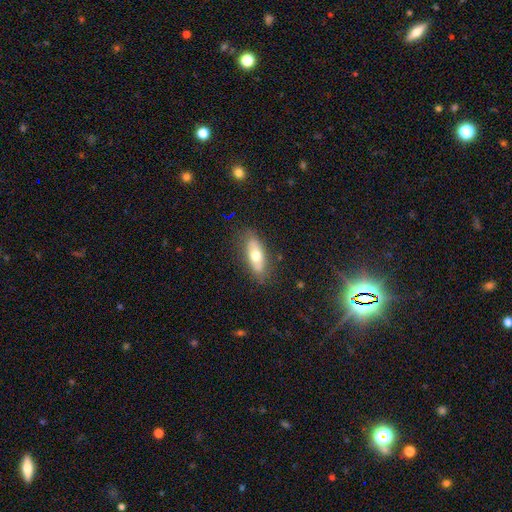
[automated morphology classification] smooth 61%, featured or disk 32%, star or artifact 7%. Down the decision tree: how rounded — in between (75%); merging — none (80%).